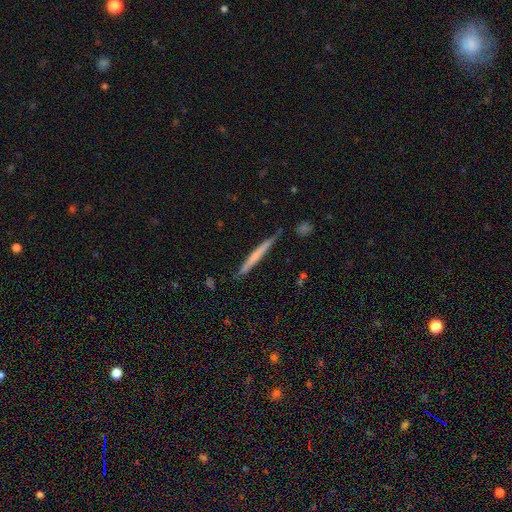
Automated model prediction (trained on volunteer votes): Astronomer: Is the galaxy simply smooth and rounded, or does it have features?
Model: smooth — 52% (runner-up: featured or disk, 42%).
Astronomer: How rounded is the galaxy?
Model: cigar-shaped — 97%.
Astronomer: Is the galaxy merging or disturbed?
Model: none — 83%.